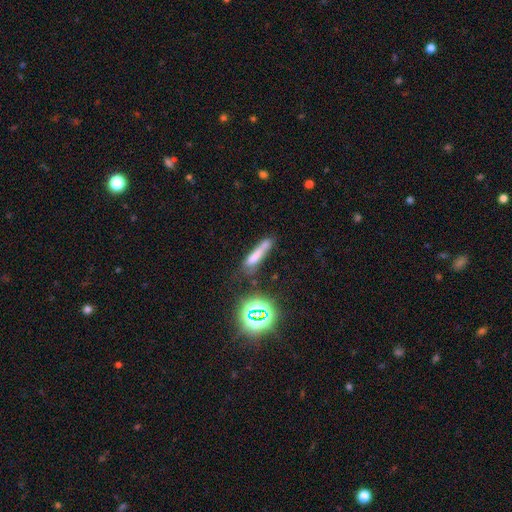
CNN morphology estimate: smooth 62%, featured or disk 19%, star or artifact 19%. Down the decision tree: how rounded — cigar-shaped (79%); merging — none (46%).